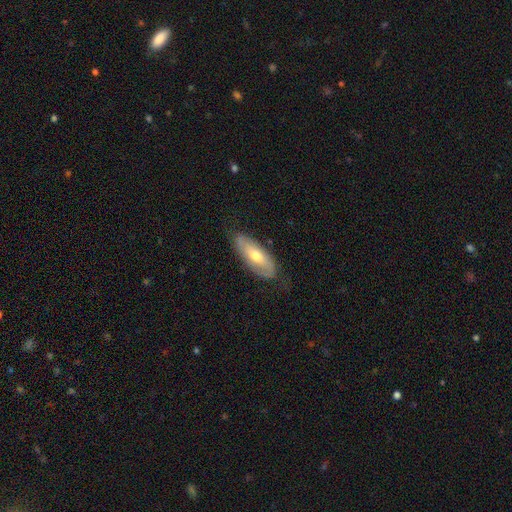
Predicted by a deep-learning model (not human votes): Smooth or featured?
  - featured or disk: 52% *
  - smooth: 42%
  - star or artifact: 6%
Edge-on disk?
  - no: 77% *
  - yes: 23%
Merging?
  - none: 73% *
  - minor disturbance: 20%
  - major disturbance: 5%
  - merger: 1%